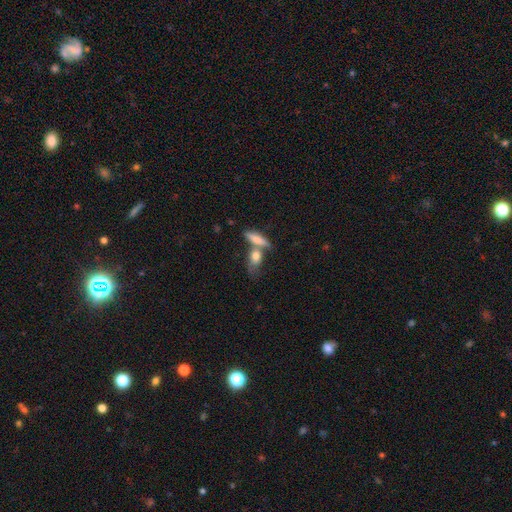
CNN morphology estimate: smooth 47%, featured or disk 36%, star or artifact 18%. Down the decision tree: merging — merger (48%).